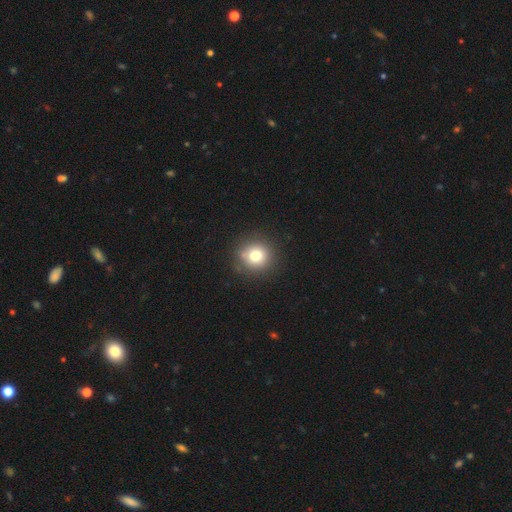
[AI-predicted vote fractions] Smooth or featured? Predicted: smooth (p=0.76). How rounded? Predicted: round (p=0.92). Merging? Predicted: none (p=0.85).